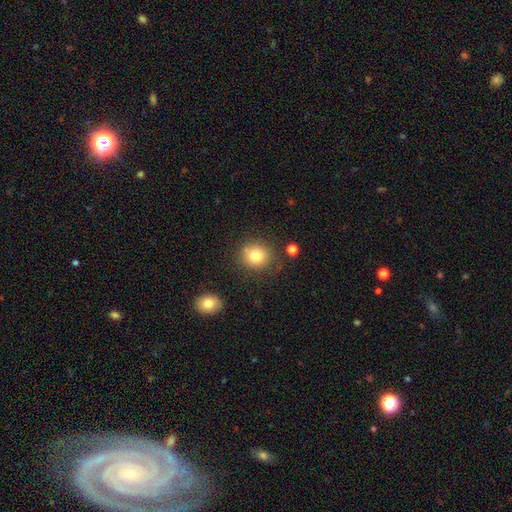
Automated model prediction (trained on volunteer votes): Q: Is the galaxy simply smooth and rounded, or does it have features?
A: smooth — 79%.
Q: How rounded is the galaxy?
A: round — 86%.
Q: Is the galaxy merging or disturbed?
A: none — 78%.